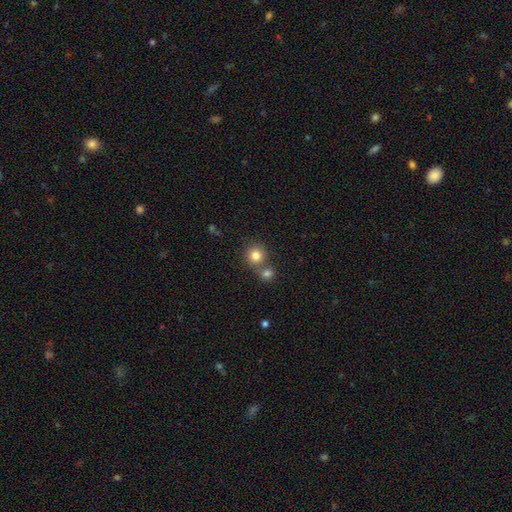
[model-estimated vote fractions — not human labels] Q: Smooth or featured?
A: smooth (81%); runner-up: star or artifact (11%)
Q: How rounded?
A: round (89%); runner-up: in between (10%)
Q: Merging?
A: none (54%); runner-up: merger (36%)